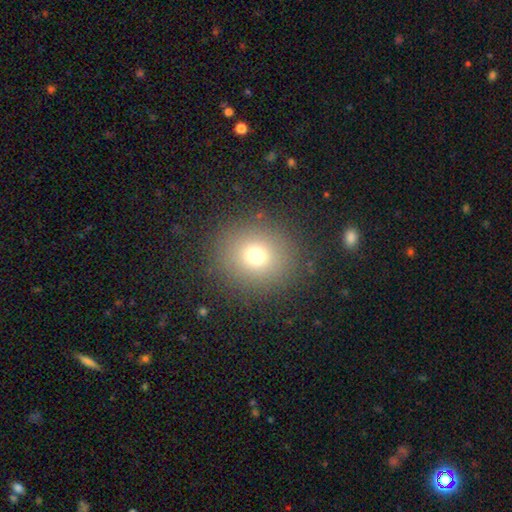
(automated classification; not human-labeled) Morphology: type=smooth (72%); roundness=round (80%); merging=none (87%).